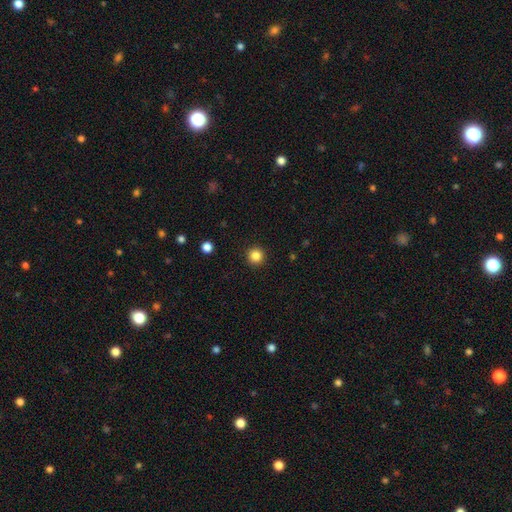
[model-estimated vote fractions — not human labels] smooth_or_featured: smooth (p=0.84) [alt: star or artifact p=0.12]
how_rounded: round (p=0.96) [alt: in between p=0.03]
merging: none (p=0.93) [alt: minor disturbance p=0.04]